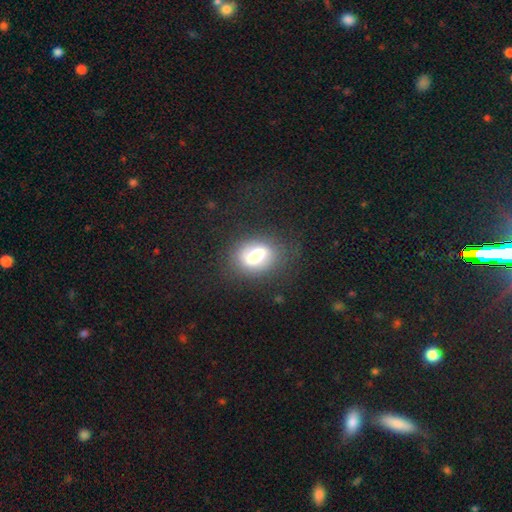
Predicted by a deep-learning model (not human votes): Overall: smooth (61%; featured or disk 29%). How rounded: in between (73%). Merging: none (75%).